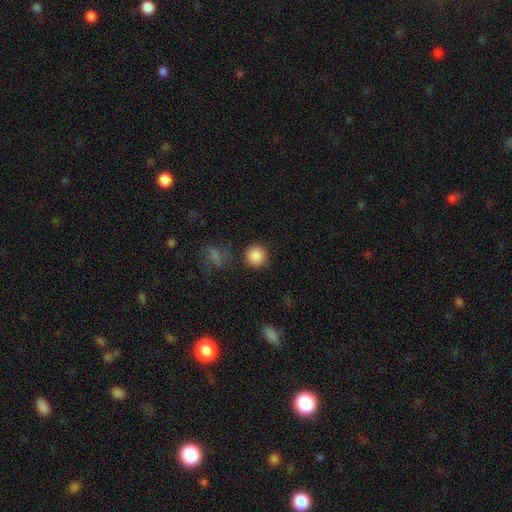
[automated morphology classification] The model was most divided on "smooth or featured": smooth: 87%, star or artifact: 10%, featured or disk: 3%. More confident: how rounded — round (94%); merging — none (86%).